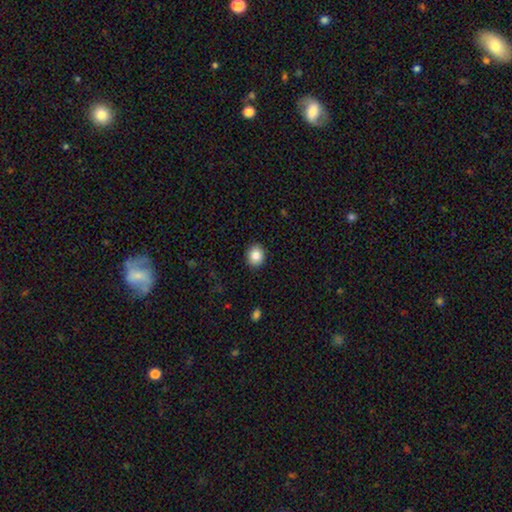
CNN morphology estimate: A smooth galaxy with no disk features (85%) that is round (73%).

Vote fractions:
- Smooth or featured? smooth: 85% / star or artifact: 9% / featured or disk: 6%
- How rounded? round: 73% / in between: 26% / cigar-shaped: 1%
- Merging? none: 91% / minor disturbance: 6% / major disturbance: 2% / merger: 1%